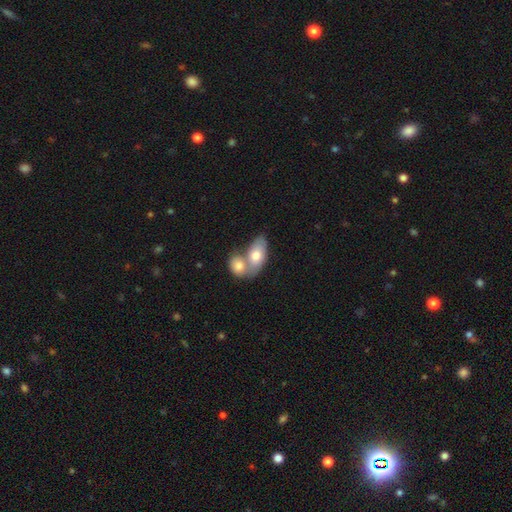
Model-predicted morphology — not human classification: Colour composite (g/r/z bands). It shows a smooth galaxy with no disk features (73%) that is in between round and cigar-shaped (89%). Merging: merger (71%).